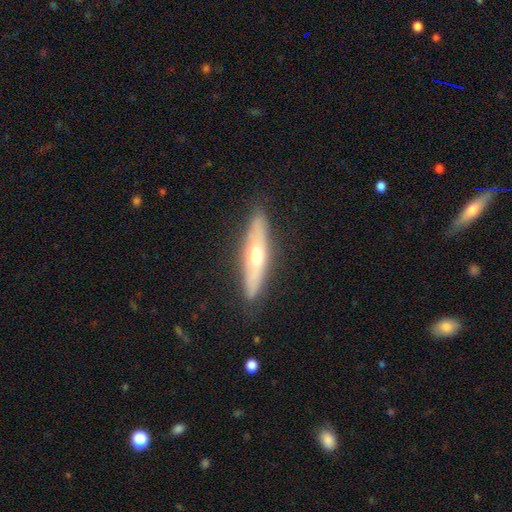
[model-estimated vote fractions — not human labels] Q: Smooth or featured?
A: featured or disk (55%); runner-up: smooth (39%)
Q: Edge-on disk?
A: yes (70%); runner-up: no (30%)
Q: Merging?
A: none (83%); runner-up: minor disturbance (12%)